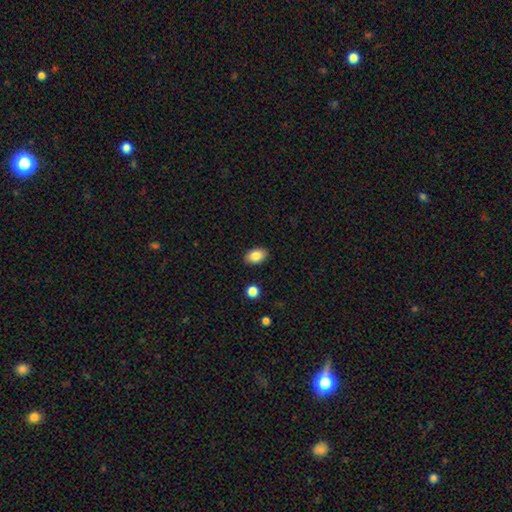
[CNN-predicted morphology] Smooth or featured?
  - smooth: 85% *
  - star or artifact: 8%
  - featured or disk: 8%
How rounded?
  - in between: 89% *
  - round: 10%
  - cigar-shaped: 1%
Merging?
  - none: 89% *
  - minor disturbance: 8%
  - major disturbance: 2%
  - merger: 1%